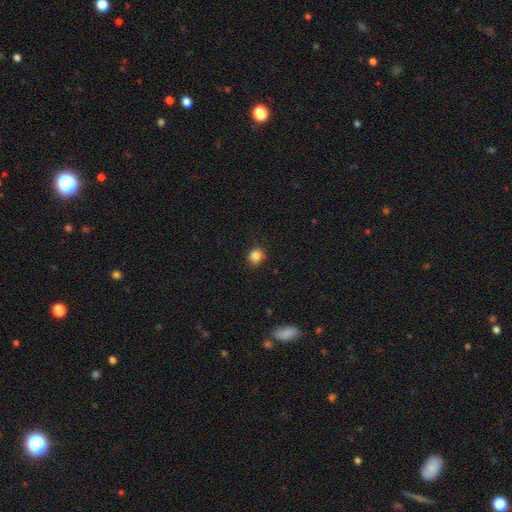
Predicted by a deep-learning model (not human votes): The model was most divided on "merging": none: 83%, minor disturbance: 13%, major disturbance: 3%, merger: 1%. More confident: how rounded — round (86%); smooth or featured — smooth (84%).